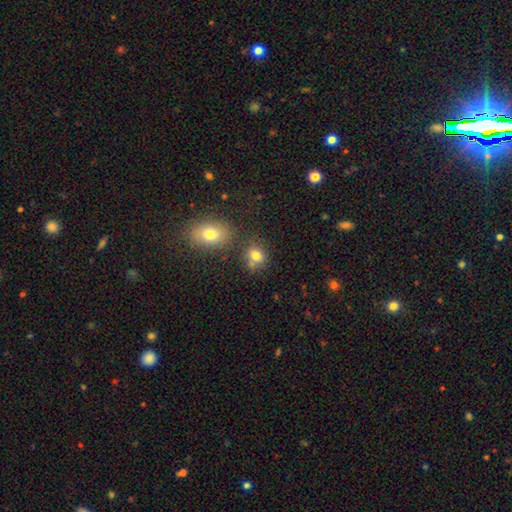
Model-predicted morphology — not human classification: Smooth or featured? Predicted: smooth (p=0.78). How rounded? Predicted: round (p=0.62). Merging? Predicted: none (p=0.64).